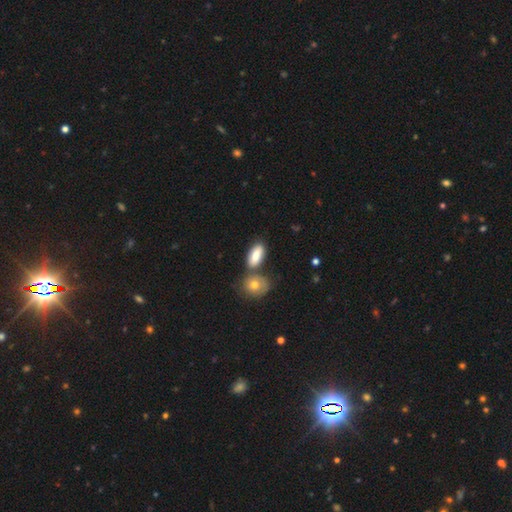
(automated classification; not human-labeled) Morphology: type=smooth (81%); roundness=in between (85%); merging=none (61%).